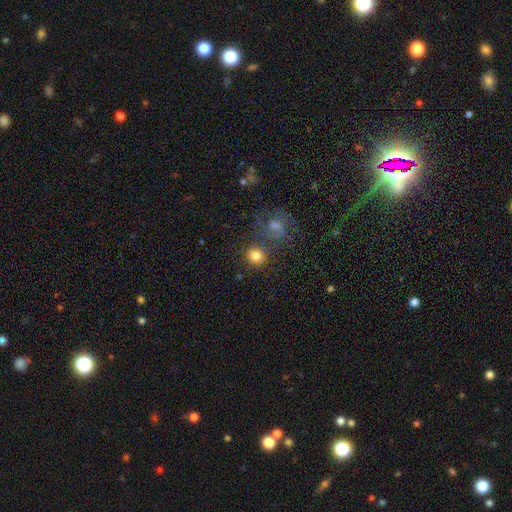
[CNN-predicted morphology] A smooth galaxy with no disk features (80%) that is round (88%).

Vote fractions:
- Smooth or featured? smooth: 80% / star or artifact: 11% / featured or disk: 9%
- How rounded? round: 88% / in between: 11% / cigar-shaped: 1%
- Merging? none: 72% / merger: 13% / minor disturbance: 10% / major disturbance: 5%